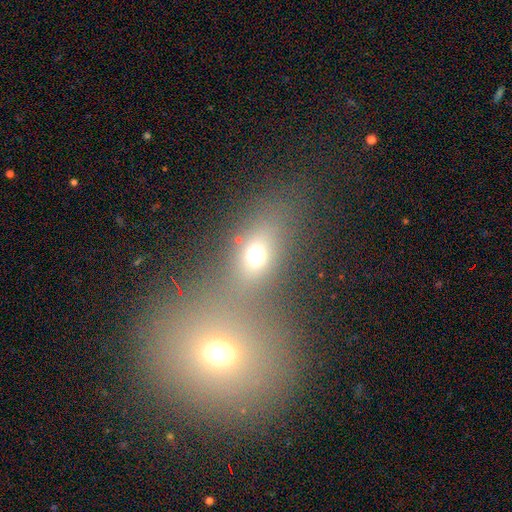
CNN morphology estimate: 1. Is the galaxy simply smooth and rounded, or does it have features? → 63% smooth, 22% star or artifact, 15% featured or disk.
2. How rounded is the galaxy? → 57% in between, 37% round, 6% cigar-shaped.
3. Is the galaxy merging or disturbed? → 48% none, 36% merger, 9% minor disturbance, 6% major disturbance.